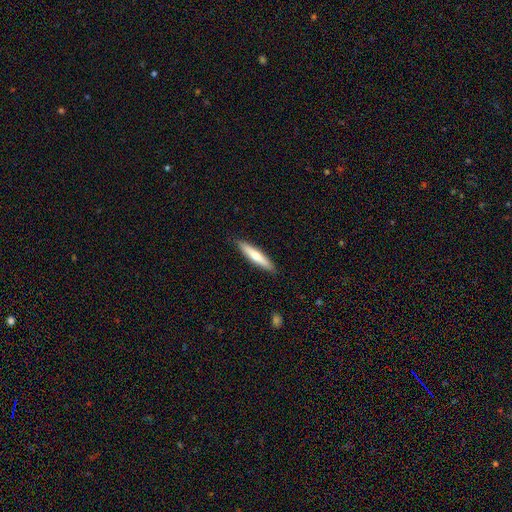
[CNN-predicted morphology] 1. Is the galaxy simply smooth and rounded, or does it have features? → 61% smooth, 34% featured or disk, 5% star or artifact.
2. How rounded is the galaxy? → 89% cigar-shaped, 10% in between, 1% round.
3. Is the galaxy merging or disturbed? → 90% none, 8% minor disturbance, 1% major disturbance, 1% merger.